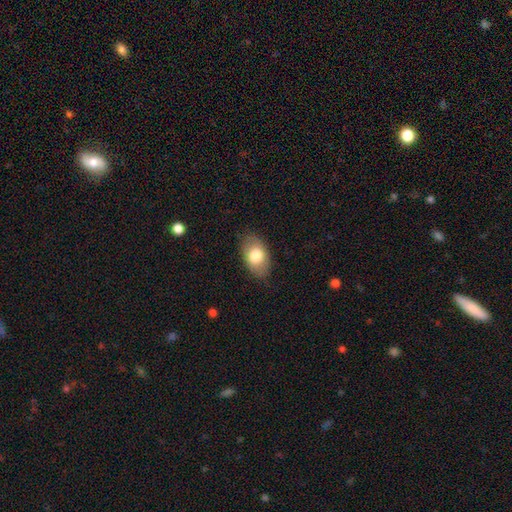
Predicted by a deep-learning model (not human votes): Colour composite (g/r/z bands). It shows a smooth galaxy with no disk features (77%) that is in between round and cigar-shaped (91%). Merging: none (83%).